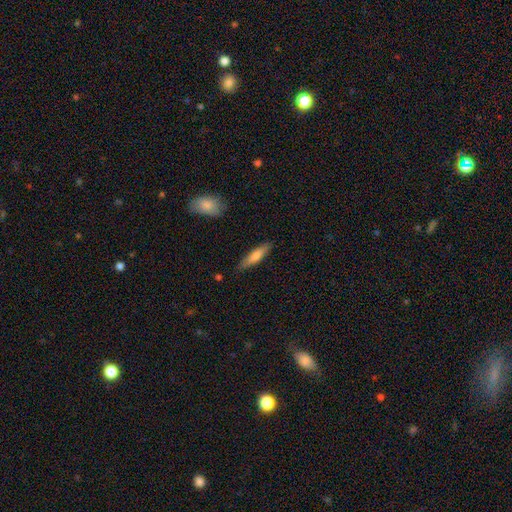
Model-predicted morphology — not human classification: smooth_or_featured: smooth (p=0.69) [alt: featured or disk p=0.25]
how_rounded: cigar-shaped (p=0.73) [alt: in between p=0.25]
merging: none (p=0.85) [alt: minor disturbance p=0.11]